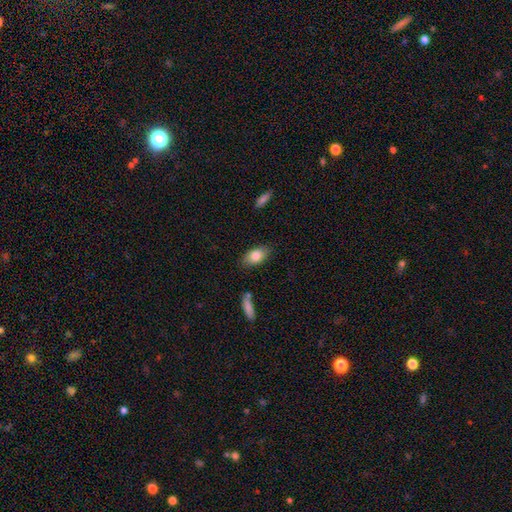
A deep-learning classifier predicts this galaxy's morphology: type=smooth (82%); roundness=in between (91%); merging=none (81%).